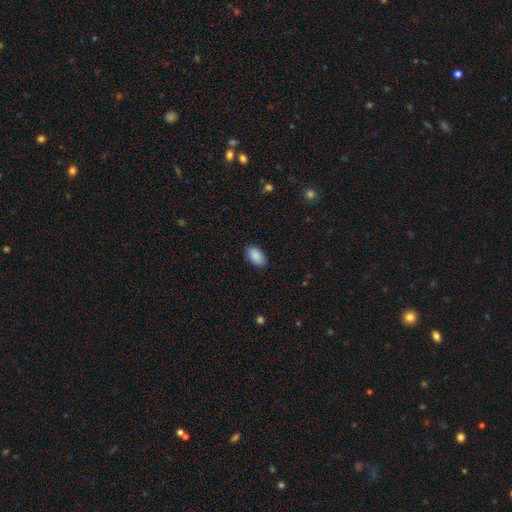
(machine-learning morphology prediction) Smooth or featured? Predicted: smooth (p=0.90). How rounded? Predicted: in between (p=0.93). Merging? Predicted: none (p=0.88).